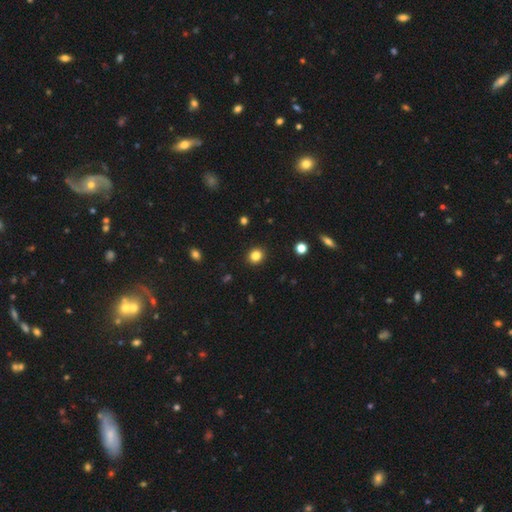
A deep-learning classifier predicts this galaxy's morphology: This appears to be a smooth galaxy with no disk features (83%) that is round (82%). Merging: none (91%).